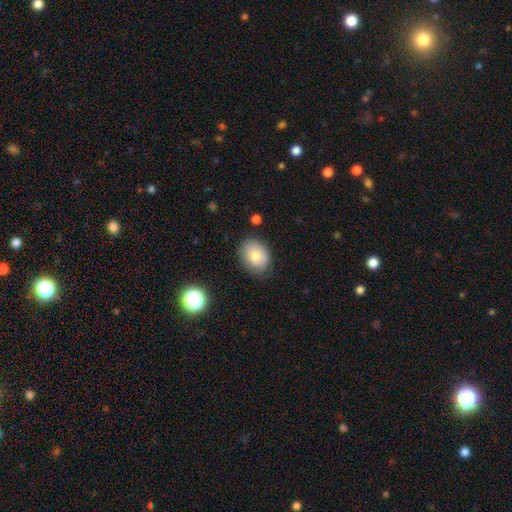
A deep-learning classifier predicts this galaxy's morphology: Q: Smooth or featured?
A: smooth (78%); runner-up: featured or disk (13%)
Q: How rounded?
A: in between (58%); runner-up: round (41%)
Q: Merging?
A: none (78%); runner-up: minor disturbance (17%)